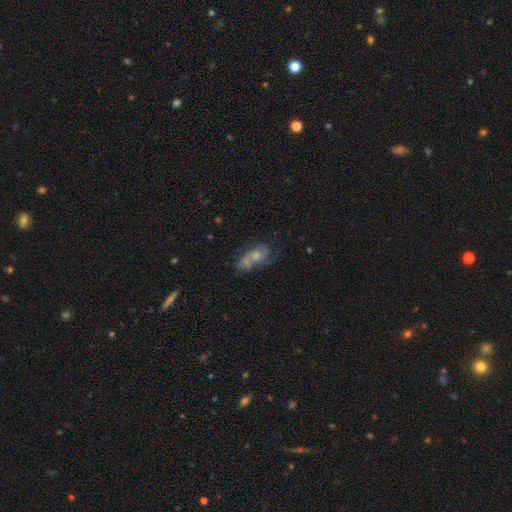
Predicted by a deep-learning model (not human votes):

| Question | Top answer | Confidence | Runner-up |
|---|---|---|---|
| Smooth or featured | featured or disk | 55% | smooth (30%) |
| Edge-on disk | no | 92% | yes (8%) |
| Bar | no | 77% | weak (20%) |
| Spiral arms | yes | 71% | no (29%) |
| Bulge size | moderate | 47% | small (35%) |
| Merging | none | 48% | minor disturbance (20%) |